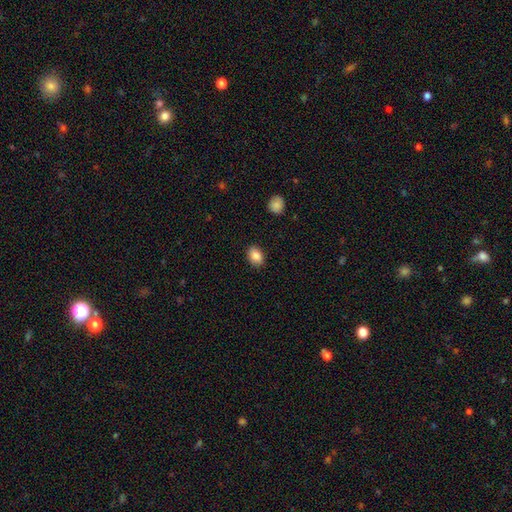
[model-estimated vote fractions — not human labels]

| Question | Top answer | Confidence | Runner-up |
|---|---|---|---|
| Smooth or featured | smooth | 87% | star or artifact (8%) |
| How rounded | in between | 78% | round (20%) |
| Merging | none | 88% | minor disturbance (9%) |